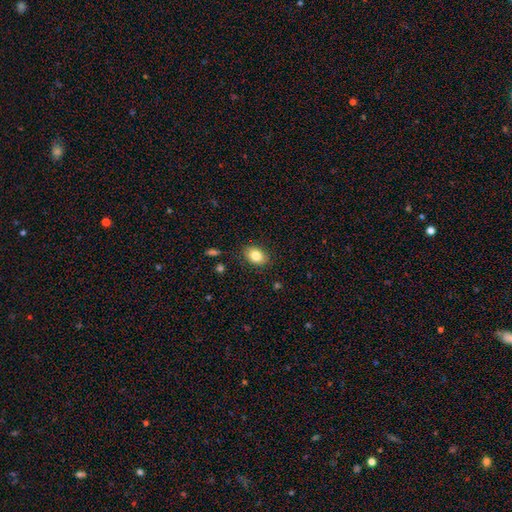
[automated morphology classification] Smooth or featured: smooth — 84% (star or artifact — 8%)
How rounded: in between — 79% (round — 20%)
Merging: none — 85% (minor disturbance — 11%)